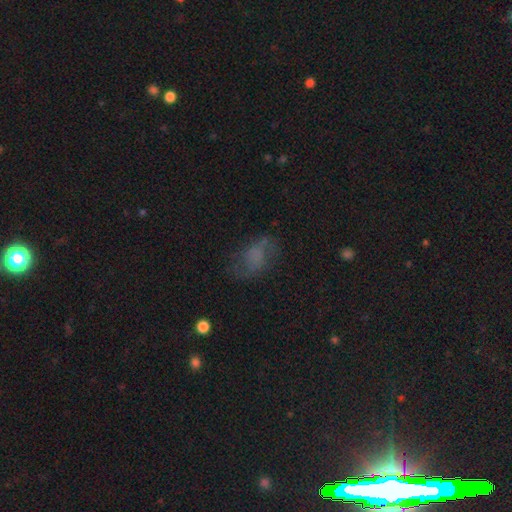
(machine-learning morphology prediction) smooth 44%, featured or disk 38%, star or artifact 18%. Down the decision tree: merging — none (56%).